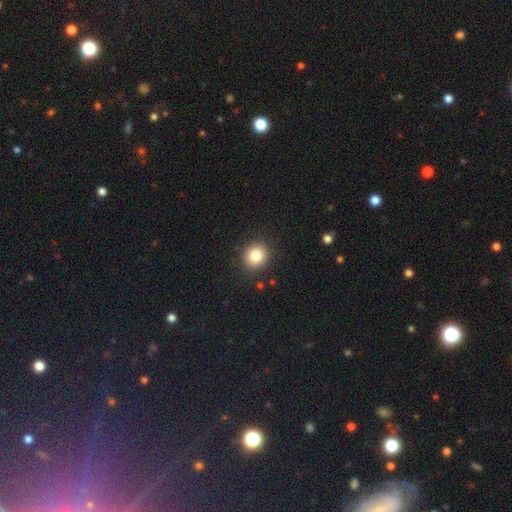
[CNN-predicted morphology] A smooth galaxy with no disk features (84%) that is round (81%). Merging: none (90%).